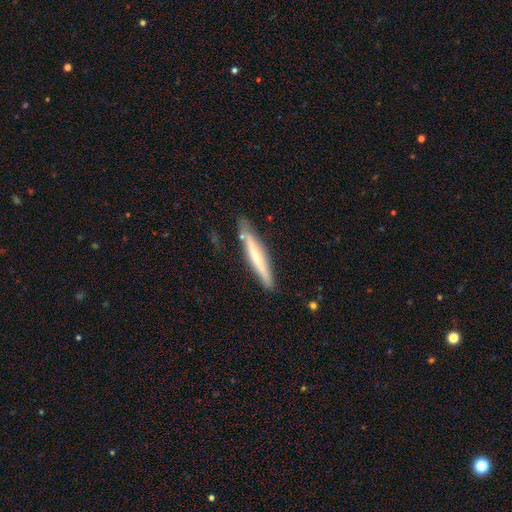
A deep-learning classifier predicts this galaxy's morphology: A smooth galaxy with no disk features (49%). Merging: none (78%).